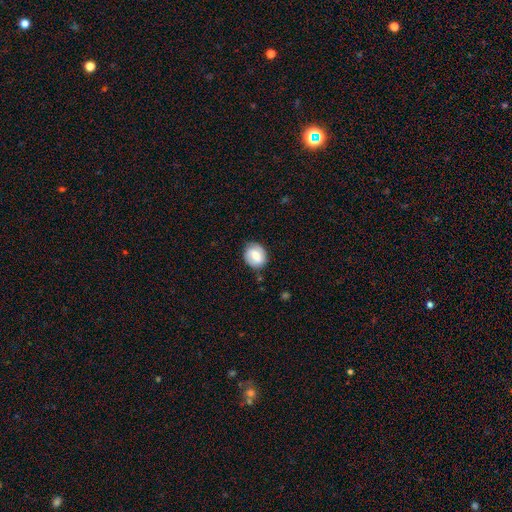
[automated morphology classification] Smooth or featured: smooth — 66% (featured or disk — 27%)
How rounded: round — 63% (in between — 36%)
Merging: none — 76% (minor disturbance — 18%)